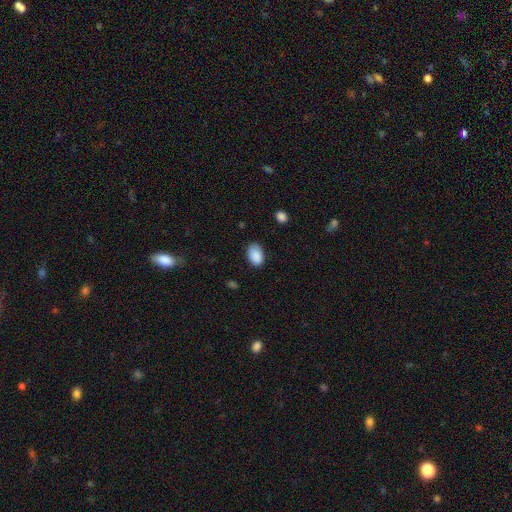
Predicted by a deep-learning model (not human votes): The model was most divided on "merging": none: 78%, minor disturbance: 18%, major disturbance: 3%, merger: 1%. More confident: smooth or featured — smooth (89%); how rounded — in between (87%).